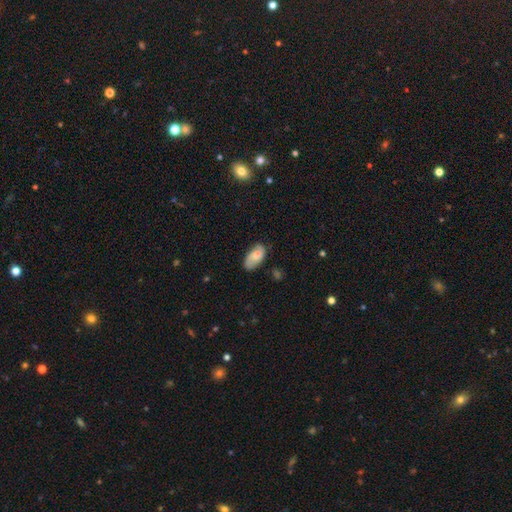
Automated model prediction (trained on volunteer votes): Smooth or featured?
  - smooth: 61% *
  - featured or disk: 31%
  - star or artifact: 8%
How rounded?
  - in between: 93% *
  - round: 4%
  - cigar-shaped: 3%
Merging?
  - none: 65% *
  - minor disturbance: 27%
  - major disturbance: 7%
  - merger: 2%